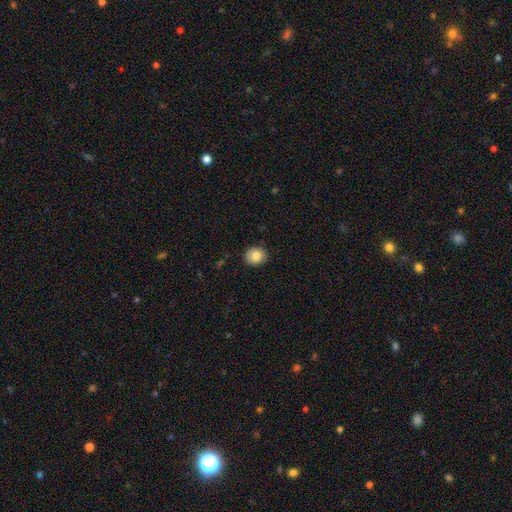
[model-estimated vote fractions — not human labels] This appears to be a smooth galaxy with no disk features (83%) that is round (74%). Merging: none (86%).